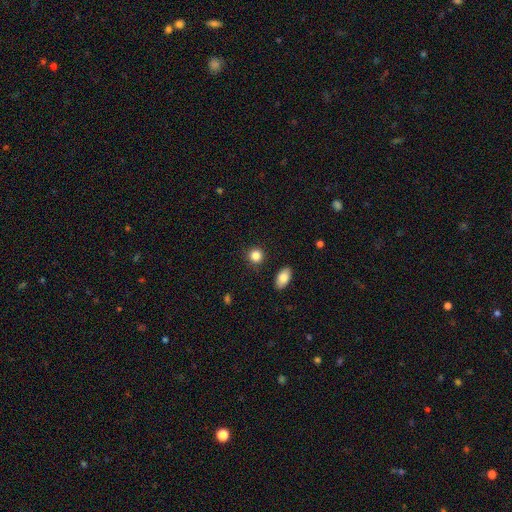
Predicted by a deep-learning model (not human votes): Smooth or featured? smooth (85%)
How rounded? round (85%)
Merging? none (88%)